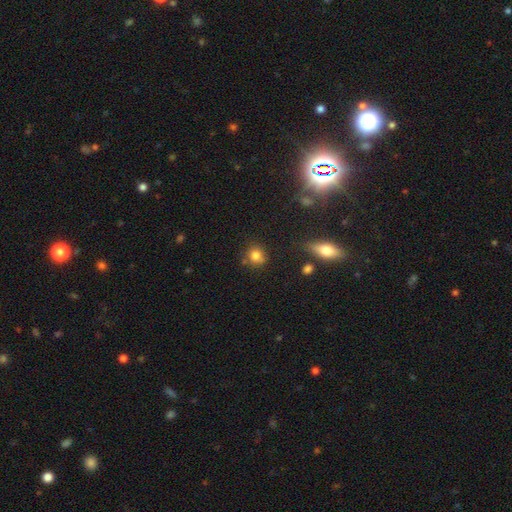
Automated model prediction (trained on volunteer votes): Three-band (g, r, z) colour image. It shows a smooth galaxy with no disk features (80%) that is round (84%). Merging: none (73%).